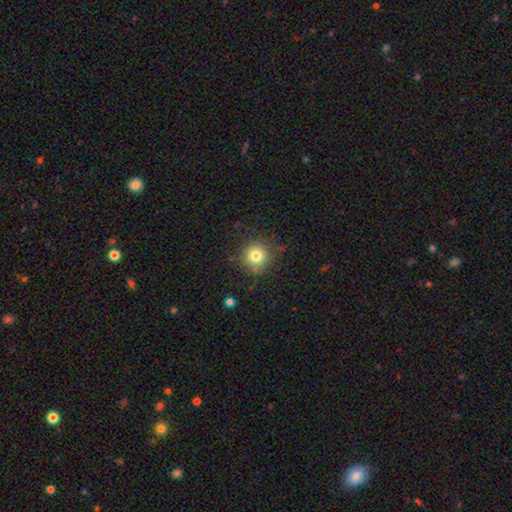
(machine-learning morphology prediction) This appears to be a smooth galaxy with no disk features (79%) that is round (94%). Merging: none (84%).